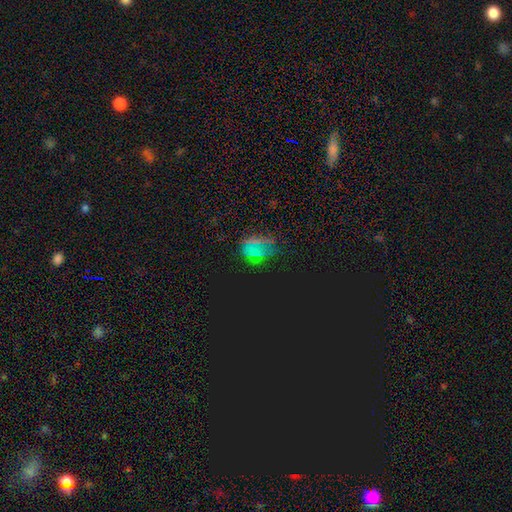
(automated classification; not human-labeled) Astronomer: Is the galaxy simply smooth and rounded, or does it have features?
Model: star or artifact — 62%.